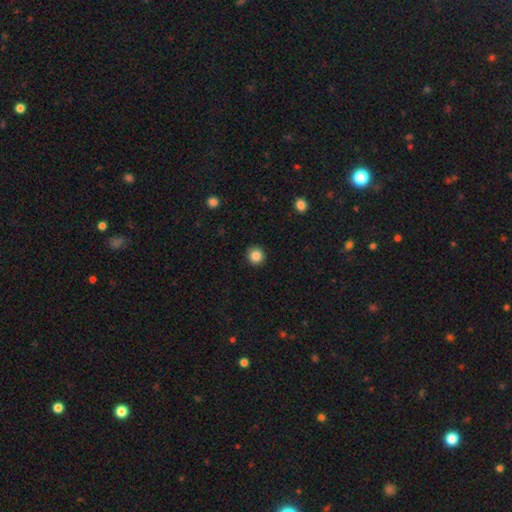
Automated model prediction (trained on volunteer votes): Smooth or featured? Predicted: smooth (p=0.85). How rounded? Predicted: round (p=0.93). Merging? Predicted: none (p=0.92).